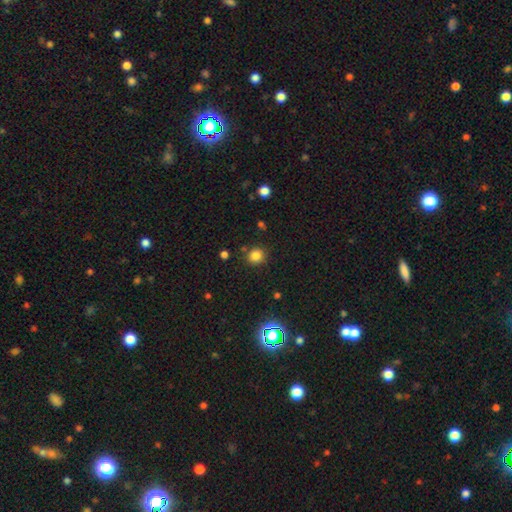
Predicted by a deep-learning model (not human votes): Morphology: type=smooth (81%); roundness=round (87%); merging=none (85%).